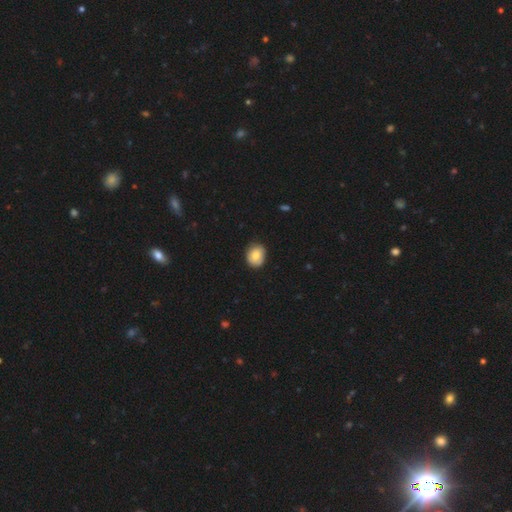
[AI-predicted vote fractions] smooth_or_featured: smooth (p=0.79) [alt: featured or disk p=0.13]
how_rounded: round (p=0.58) [alt: in between p=0.41]
merging: none (p=0.78) [alt: minor disturbance p=0.18]